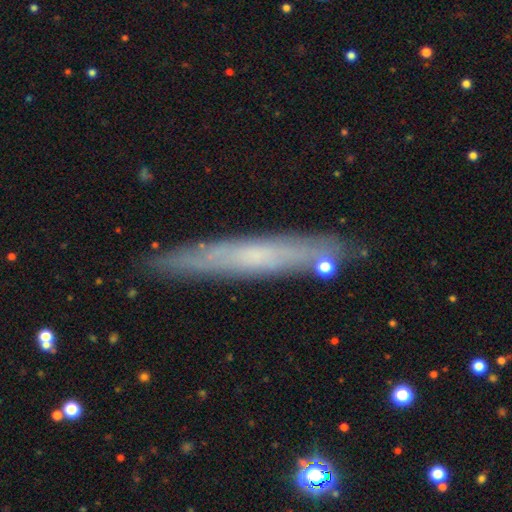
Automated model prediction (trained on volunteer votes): Q: Smooth or featured?
A: featured or disk (53%); runner-up: smooth (38%)
Q: Edge-on disk?
A: yes (82%); runner-up: no (18%)
Q: Merging?
A: none (86%); runner-up: minor disturbance (10%)